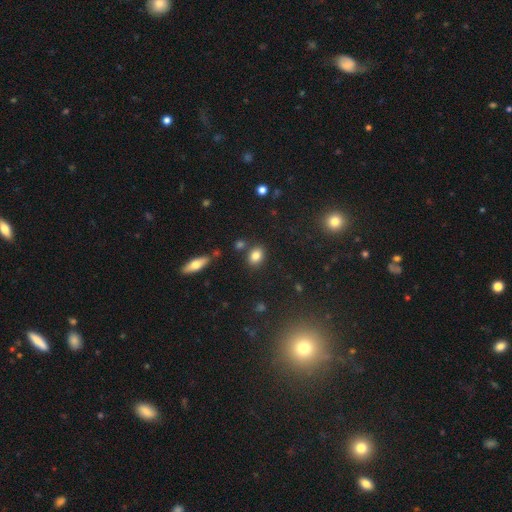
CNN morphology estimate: The model was most divided on "how rounded": in between: 62%, round: 36%, cigar-shaped: 2%. More confident: smooth or featured — smooth (82%); merging — none (80%).